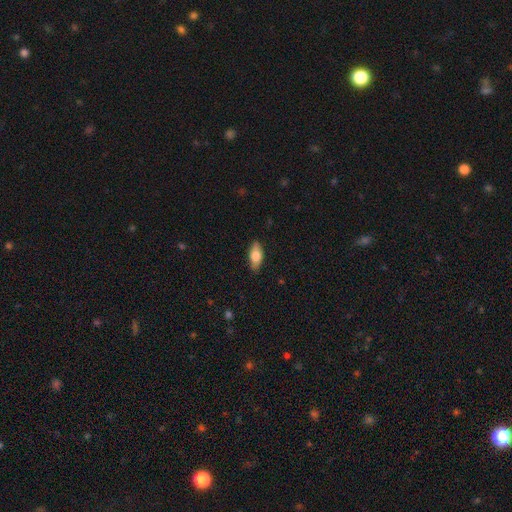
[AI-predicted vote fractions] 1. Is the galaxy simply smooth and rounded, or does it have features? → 75% smooth, 19% featured or disk, 6% star or artifact.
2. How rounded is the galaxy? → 84% in between, 13% cigar-shaped, 3% round.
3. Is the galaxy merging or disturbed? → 86% none, 11% minor disturbance, 2% major disturbance, 1% merger.